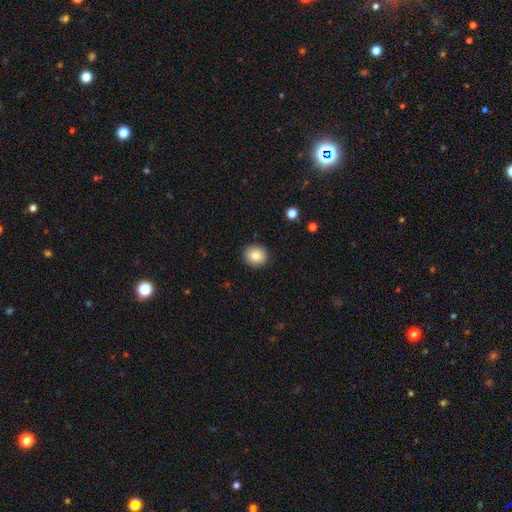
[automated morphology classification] smooth_or_featured: smooth (p=0.84) [alt: star or artifact p=0.09]
how_rounded: round (p=0.80) [alt: in between p=0.19]
merging: none (p=0.90) [alt: minor disturbance p=0.07]